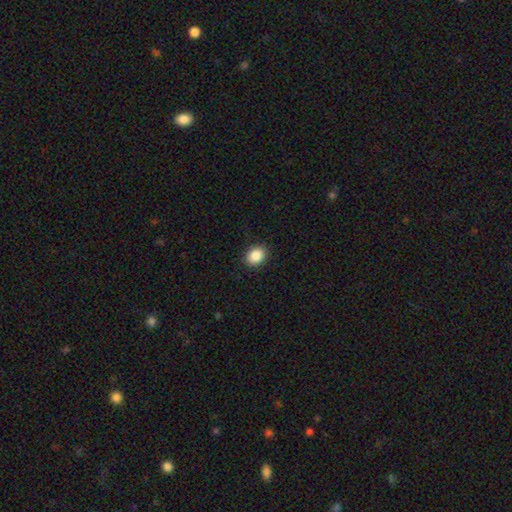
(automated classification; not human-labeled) smooth 88%, star or artifact 8%, featured or disk 4%. Down the decision tree: how rounded — in between (62%); merging — none (90%).